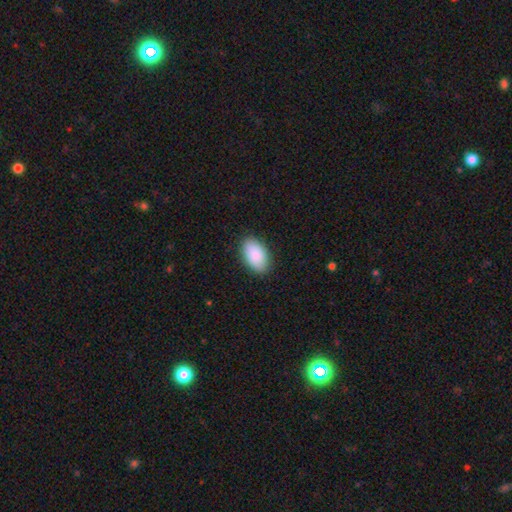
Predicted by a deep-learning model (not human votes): A smooth galaxy with no disk features (90%) that is in between round and cigar-shaped (94%).

Vote fractions:
- Smooth or featured? smooth: 90% / star or artifact: 6% / featured or disk: 4%
- How rounded? in between: 94% / round: 4% / cigar-shaped: 1%
- Merging? none: 88% / minor disturbance: 9% / major disturbance: 2% / merger: 1%